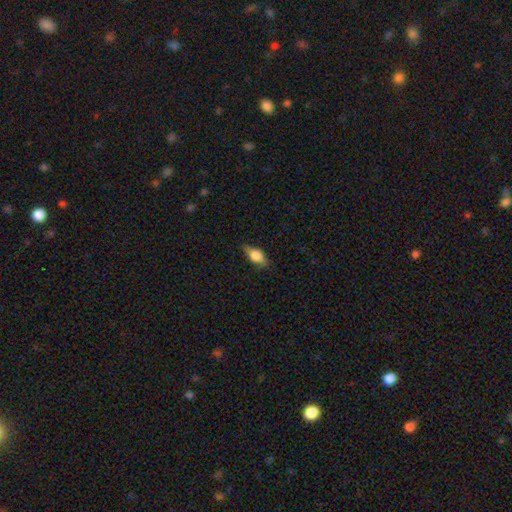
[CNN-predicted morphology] smooth 63%, featured or disk 29%, star or artifact 8%. Down the decision tree: how rounded — in between (79%); merging — none (76%).